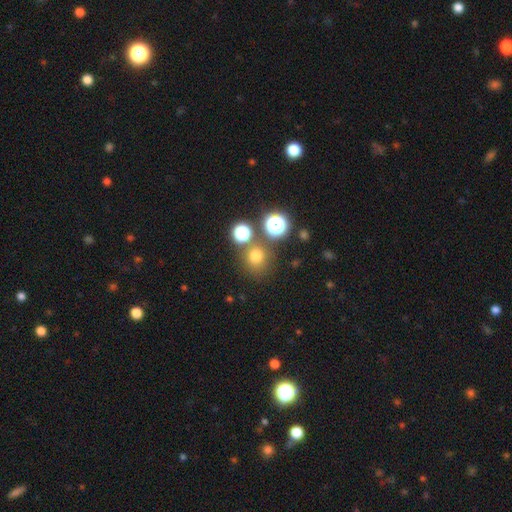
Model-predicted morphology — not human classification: Smooth or featured?
  - smooth: 71% *
  - star or artifact: 21%
  - featured or disk: 7%
How rounded?
  - round: 90% *
  - in between: 9%
  - cigar-shaped: 1%
Merging?
  - none: 74% *
  - merger: 13%
  - minor disturbance: 9%
  - major disturbance: 4%